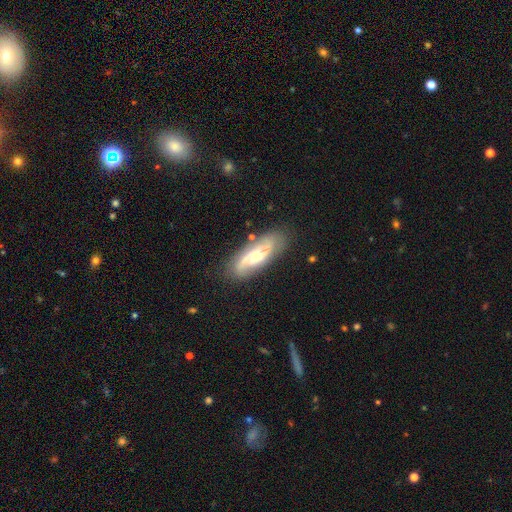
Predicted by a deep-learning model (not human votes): The model was most divided on "spiral winding": medium: 44%, loose: 35%, tight: 21%. Remaining: spiral arms — yes (90%); edge-on disk — no (86%); spiral arm count — 2 (80%); merging — none (80%); smooth or featured — featured or disk (72%); bulge size — moderate (59%); bar — no (49%).